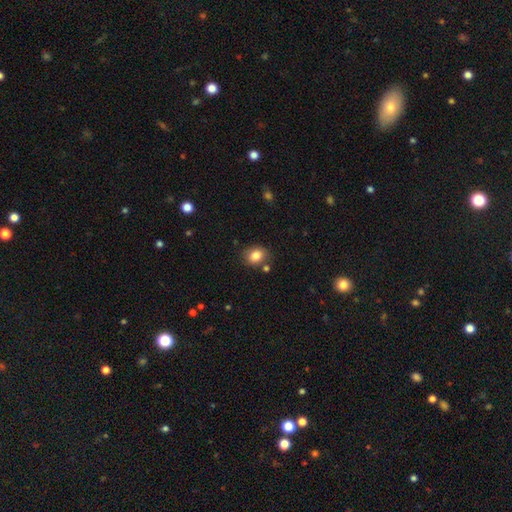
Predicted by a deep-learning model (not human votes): Smooth or featured? smooth (84%)
How rounded? round (51%)
Merging? none (79%)